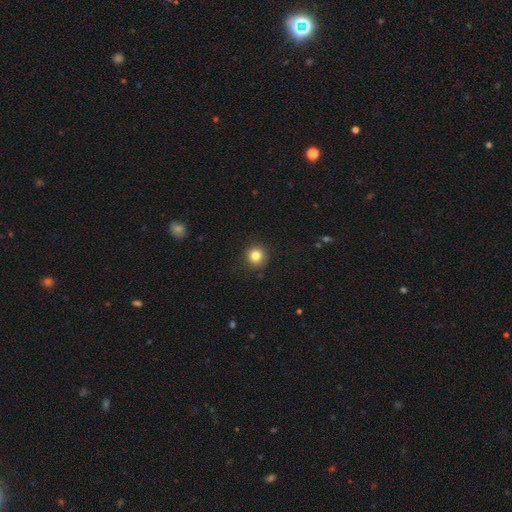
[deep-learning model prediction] Morphology: type=smooth (82%); roundness=round (94%); merging=none (90%).